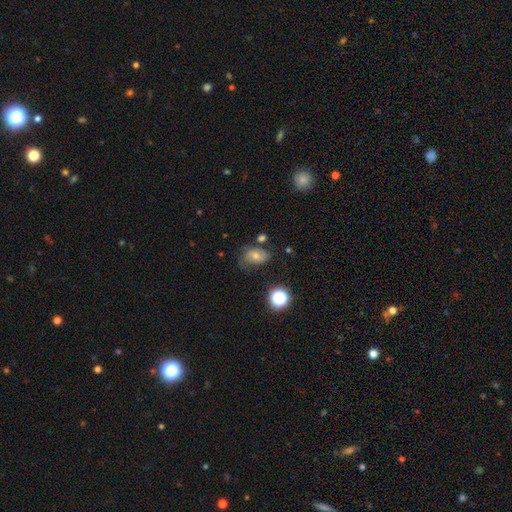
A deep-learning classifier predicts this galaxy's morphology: Smooth or featured?
  - smooth: 55% *
  - featured or disk: 30%
  - star or artifact: 15%
How rounded?
  - in between: 75% *
  - round: 24%
  - cigar-shaped: 1%
Merging?
  - none: 51% *
  - minor disturbance: 30%
  - major disturbance: 14%
  - merger: 6%